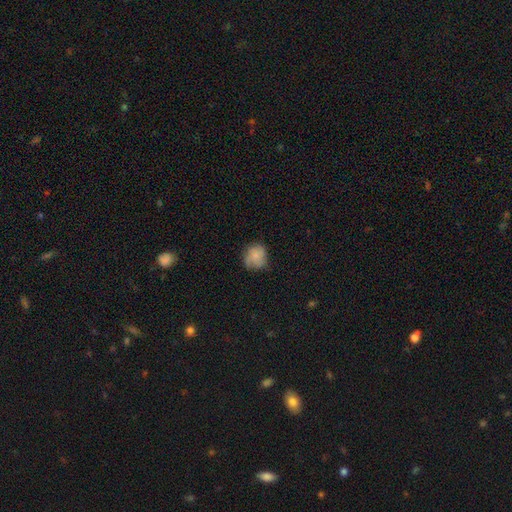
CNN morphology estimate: Q: Smooth or featured?
A: smooth (69%); runner-up: featured or disk (22%)
Q: How rounded?
A: round (78%); runner-up: in between (21%)
Q: Merging?
A: none (61%); runner-up: minor disturbance (29%)